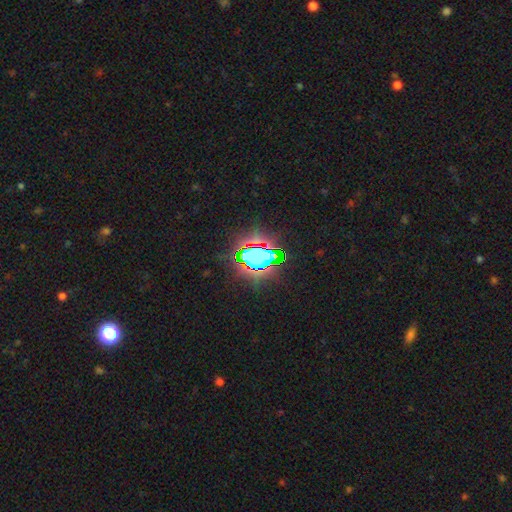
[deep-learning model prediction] smooth_or_featured: star or artifact (p=0.70) [alt: smooth p=0.19]